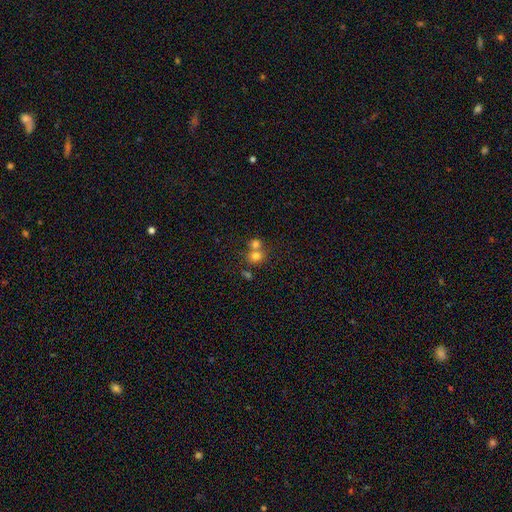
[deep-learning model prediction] The model was most divided on "merging": merger: 52%, none: 39%, minor disturbance: 6%, major disturbance: 3%. More confident: how rounded — round (77%); smooth or featured — smooth (75%).